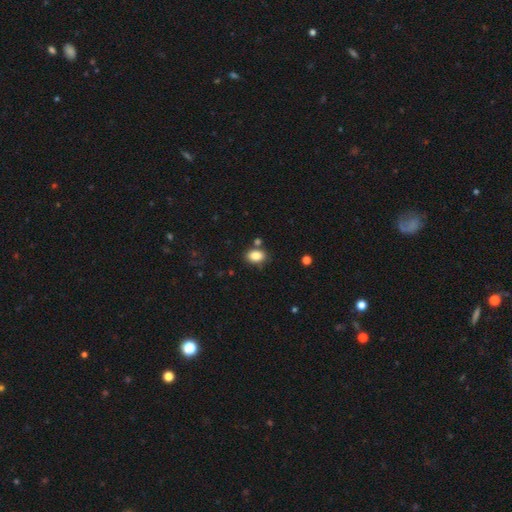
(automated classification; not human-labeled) The model was most divided on "how rounded": in between: 75%, round: 23%, cigar-shaped: 1%. More confident: smooth or featured — smooth (86%); merging — none (76%).